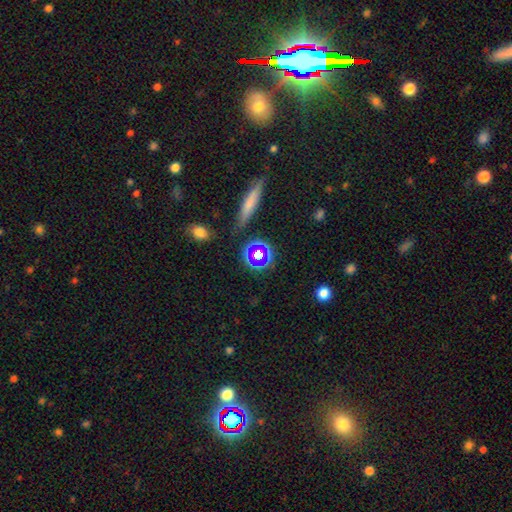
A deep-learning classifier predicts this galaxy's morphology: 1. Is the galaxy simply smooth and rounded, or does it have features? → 44% smooth, 39% star or artifact, 17% featured or disk.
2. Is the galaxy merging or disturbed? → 80% none, 11% minor disturbance, 4% major disturbance, 4% merger.